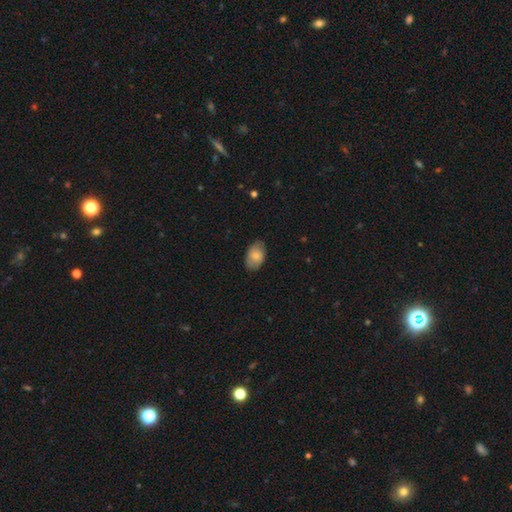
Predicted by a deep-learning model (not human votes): Overall: smooth (76%). How rounded: in between (90%). Merging: none (77%).